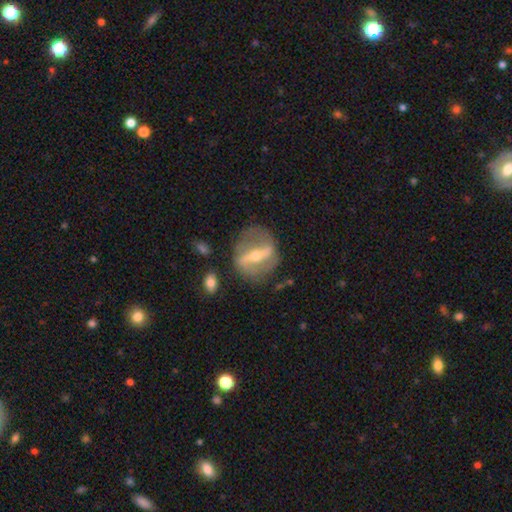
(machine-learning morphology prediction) type=featured or disk (81%); edge-on=no (87%); bar=strong (75%); spiral arms=yes (66%); bulge=moderate (49%); merging=none (73%).